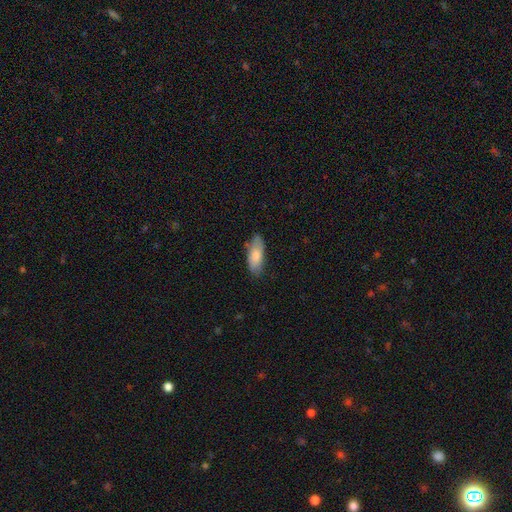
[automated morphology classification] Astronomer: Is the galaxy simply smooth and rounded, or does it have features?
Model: smooth — 77%.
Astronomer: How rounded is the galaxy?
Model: in between — 77%.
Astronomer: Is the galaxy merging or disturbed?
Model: none — 75%.